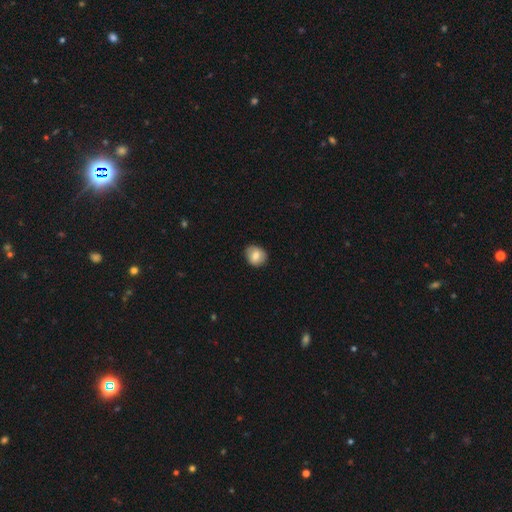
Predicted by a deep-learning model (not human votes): This is likely a smooth galaxy (77%). How rounded: likely round (73%). Merging: clearly none (86%).